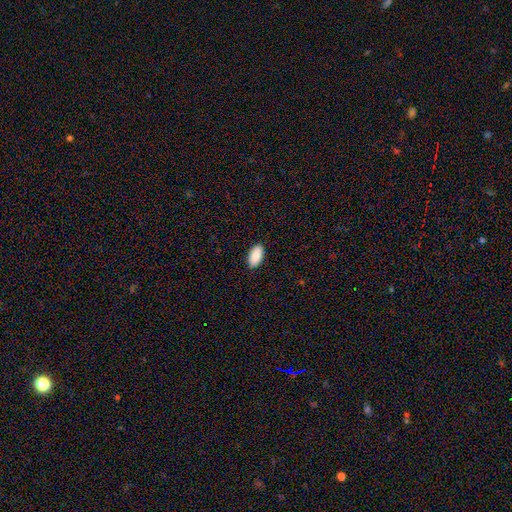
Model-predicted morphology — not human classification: smooth_or_featured: smooth (p=0.91) [alt: star or artifact p=0.06]
how_rounded: in between (p=0.95) [alt: cigar-shaped p=0.03]
merging: none (p=0.89) [alt: minor disturbance p=0.08]